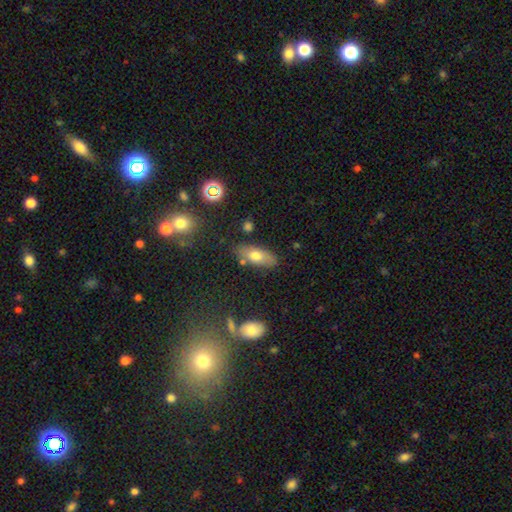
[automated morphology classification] Smooth or featured?
  - smooth: 69% *
  - featured or disk: 22%
  - star or artifact: 9%
How rounded?
  - in between: 83% *
  - cigar-shaped: 13%
  - round: 4%
Merging?
  - none: 78% *
  - minor disturbance: 14%
  - merger: 5%
  - major disturbance: 3%